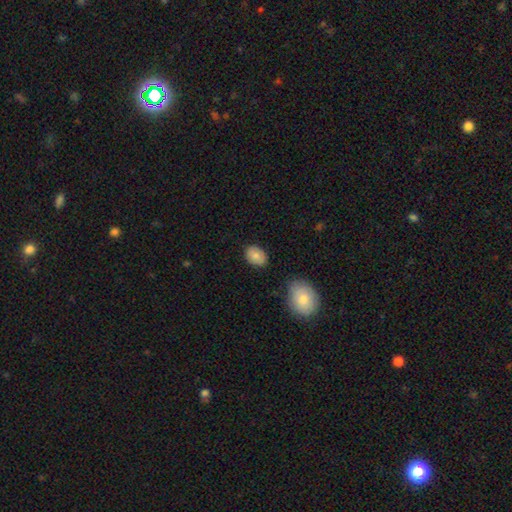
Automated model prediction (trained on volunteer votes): This is clearly a smooth galaxy (83%). How rounded: likely in between (75%). Merging: clearly none (82%).